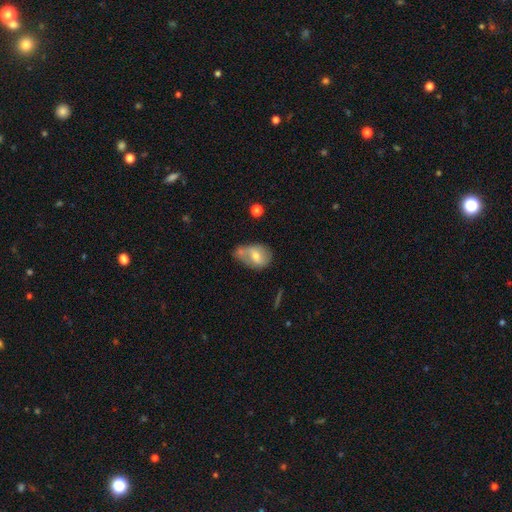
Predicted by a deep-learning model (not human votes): smooth_or_featured: smooth (p=0.51) [alt: featured or disk p=0.41]
how_rounded: in between (p=0.74) [alt: round p=0.24]
merging: none (p=0.35) [alt: minor disturbance p=0.28]